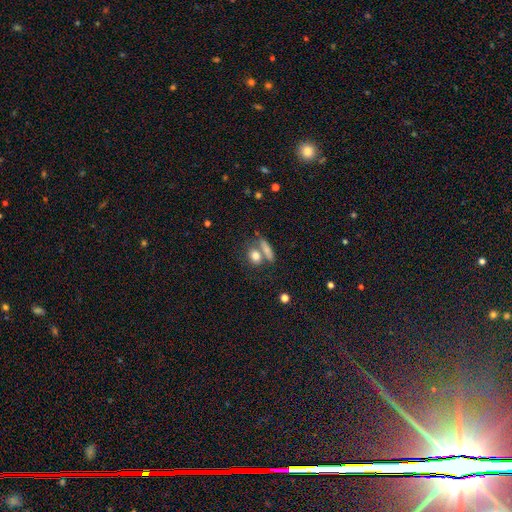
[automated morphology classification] smooth 79%, featured or disk 11%, star or artifact 10%. Down the decision tree: how rounded — in between (54%); merging — none (51%).